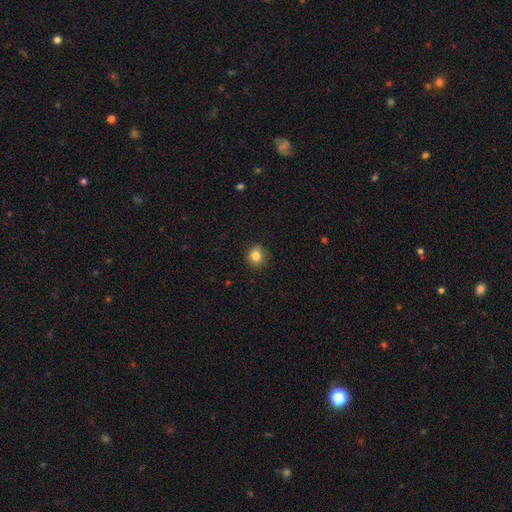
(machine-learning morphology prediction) This is clearly a smooth galaxy (84%). How rounded: clearly round (84%). Merging: clearly none (87%).